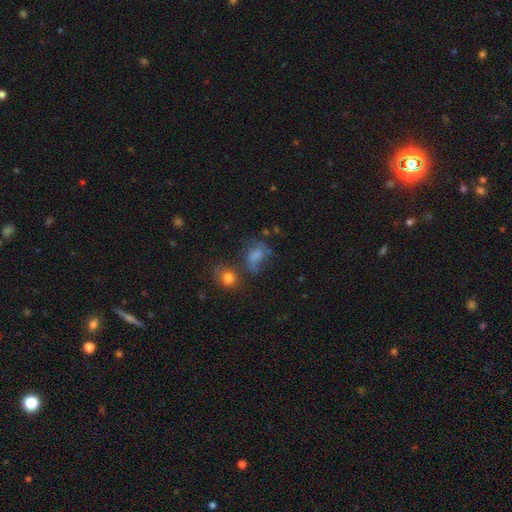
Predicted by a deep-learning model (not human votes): Smooth or featured? Predicted: smooth (p=0.63). How rounded? Predicted: in between (p=0.64). Merging? Predicted: none (p=0.34).